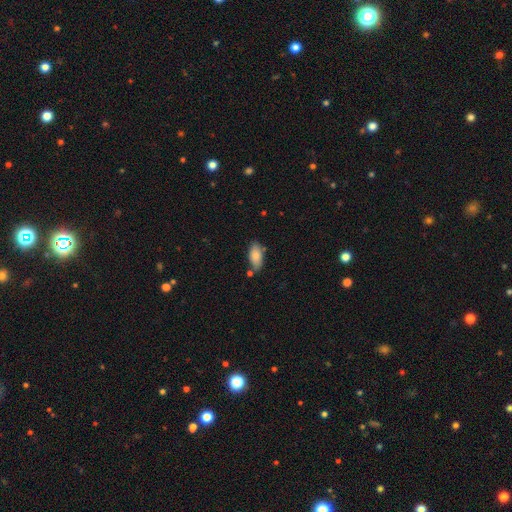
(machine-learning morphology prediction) smooth-or-featured: smooth: 82% | featured or disk: 11% | star or artifact: 7%
  how-rounded: in between: 89% | cigar-shaped: 8% | round: 2%
  merging: none: 71% | minor disturbance: 17% | merger: 8% | major disturbance: 4%